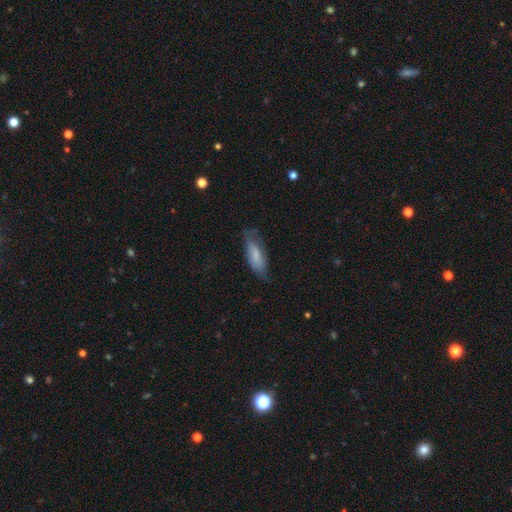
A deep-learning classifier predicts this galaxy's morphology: This is likely a smooth galaxy (62%). How rounded: likely in between (67%). Merging: likely none (60%).